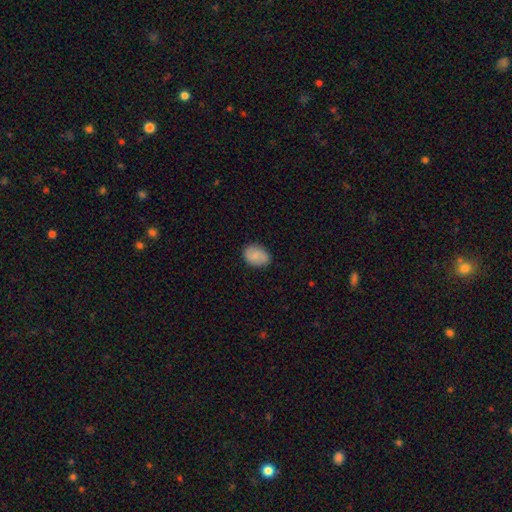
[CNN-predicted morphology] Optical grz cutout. It shows a smooth galaxy with no disk features (76%) that is in between round and cigar-shaped (75%). Merging: none (83%).